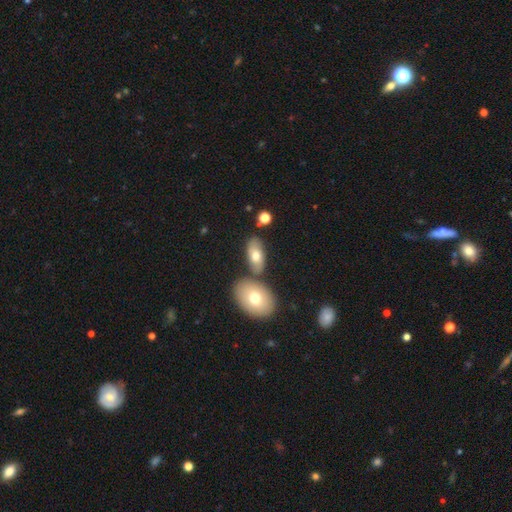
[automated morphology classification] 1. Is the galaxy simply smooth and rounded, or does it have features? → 68% smooth, 25% featured or disk, 7% star or artifact.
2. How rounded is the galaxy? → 92% in between, 5% round, 3% cigar-shaped.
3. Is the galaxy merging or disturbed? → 64% none, 19% merger, 13% minor disturbance, 4% major disturbance.